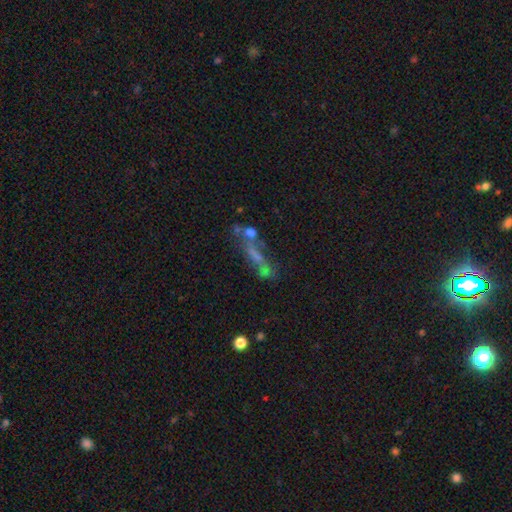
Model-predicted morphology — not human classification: This is possibly a featured or disk galaxy (47%). Merging: marginally none (35%).